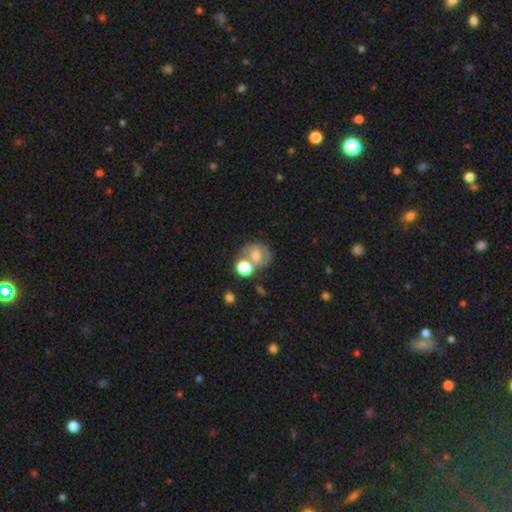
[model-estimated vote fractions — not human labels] smooth 54%, featured or disk 35%, star or artifact 11%. Down the decision tree: how rounded — round (71%); merging — none (44%).